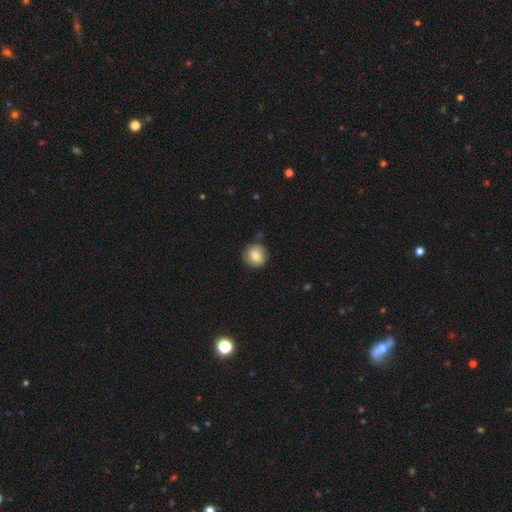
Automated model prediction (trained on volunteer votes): A smooth galaxy with no disk features (82%) that is round (91%). Merging: none (85%).